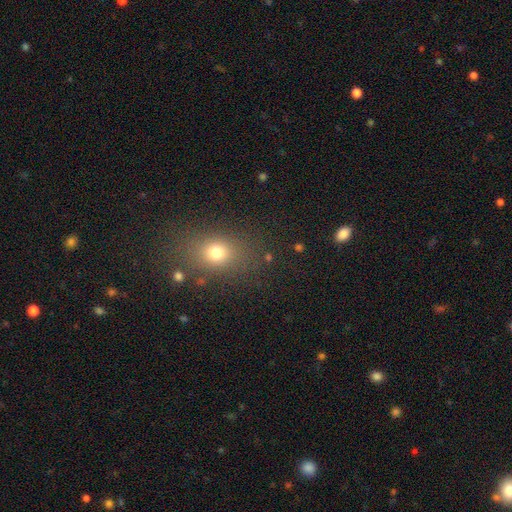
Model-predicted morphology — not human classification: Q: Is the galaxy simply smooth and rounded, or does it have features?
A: smooth — 64%.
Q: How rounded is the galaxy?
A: in between — 54%.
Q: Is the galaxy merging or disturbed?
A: none — 85%.